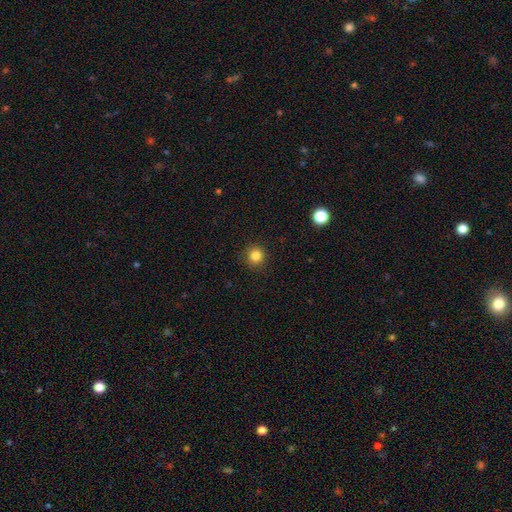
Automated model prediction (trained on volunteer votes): Q: Smooth or featured?
A: smooth (83%); runner-up: star or artifact (12%)
Q: How rounded?
A: round (94%); runner-up: in between (5%)
Q: Merging?
A: none (91%); runner-up: minor disturbance (6%)